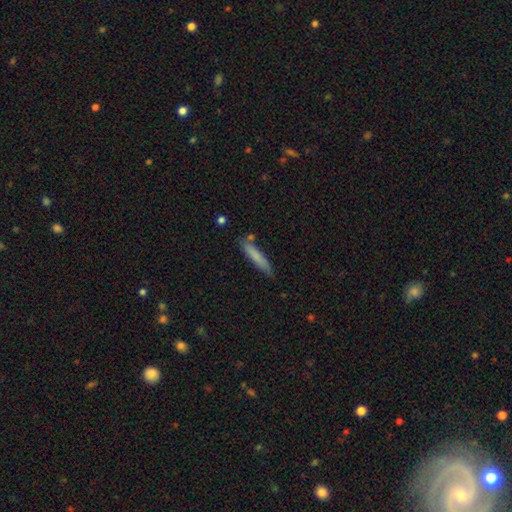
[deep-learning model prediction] Smooth or featured: smooth — 76% (featured or disk — 17%)
How rounded: cigar-shaped — 91% (in between — 8%)
Merging: none — 75% (minor disturbance — 17%)